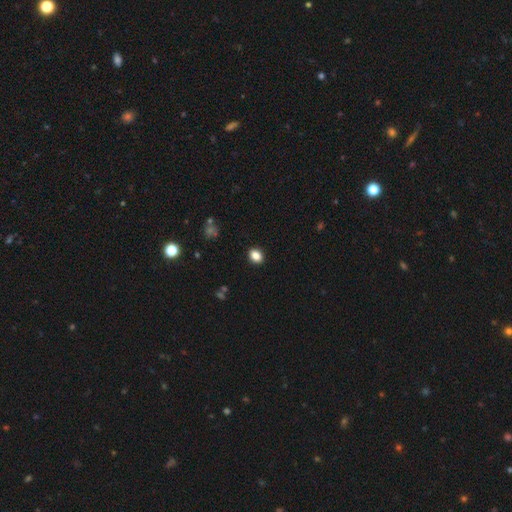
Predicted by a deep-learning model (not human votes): Smooth or featured? Predicted: smooth (p=0.86). How rounded? Predicted: in between (p=0.60). Merging? Predicted: none (p=0.90).